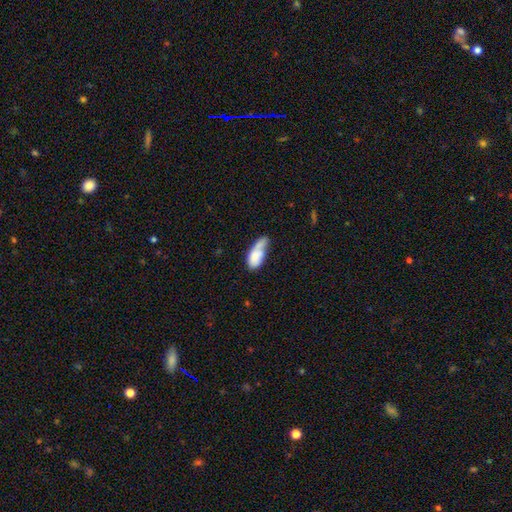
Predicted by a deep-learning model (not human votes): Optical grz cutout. It shows a smooth galaxy with no disk features (72%) that is in between round and cigar-shaped (83%). Merging: none (29%).